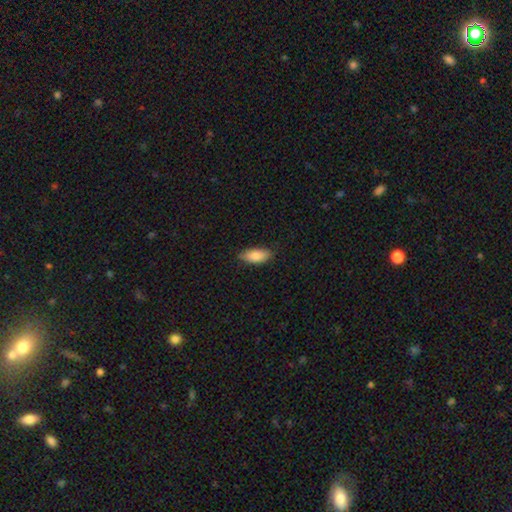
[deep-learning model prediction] Morphology: type=smooth (84%); roundness=in between (85%); merging=none (84%).